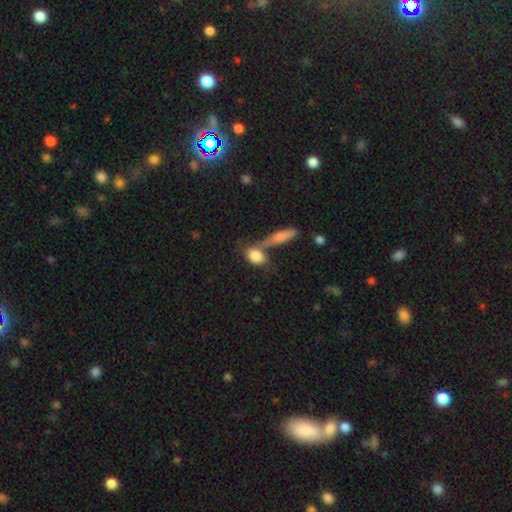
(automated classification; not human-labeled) Smooth or featured? Predicted: smooth (p=0.81). How rounded? Predicted: in between (p=0.70). Merging? Predicted: none (p=0.40).